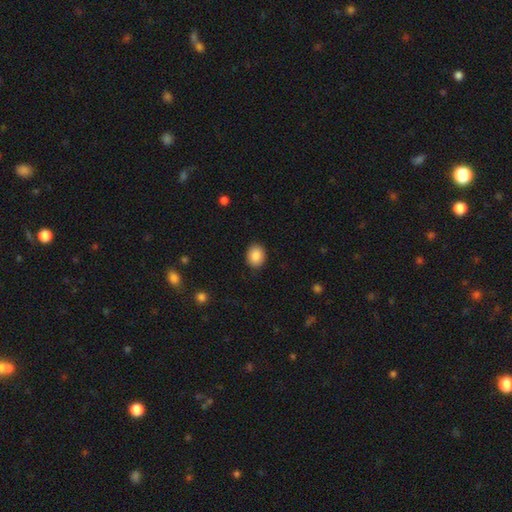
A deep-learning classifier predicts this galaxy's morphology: A smooth galaxy with no disk features (87%) that is round (54%). Merging: none (89%).